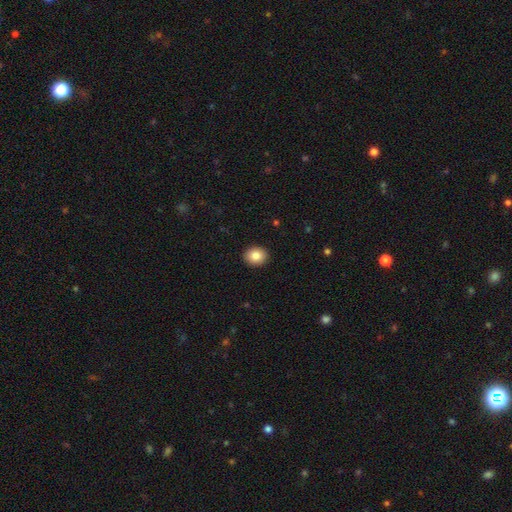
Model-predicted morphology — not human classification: A smooth galaxy with no disk features (85%) that is round (67%). Merging: none (92%).